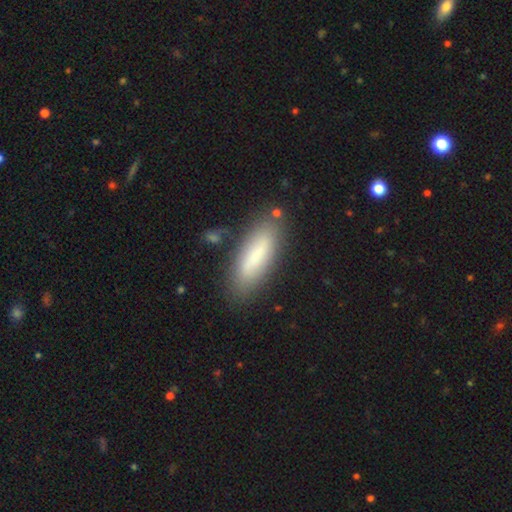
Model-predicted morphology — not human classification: Q: Smooth or featured?
A: smooth (74%); runner-up: featured or disk (19%)
Q: How rounded?
A: in between (50%); runner-up: cigar-shaped (48%)
Q: Merging?
A: none (78%); runner-up: minor disturbance (14%)